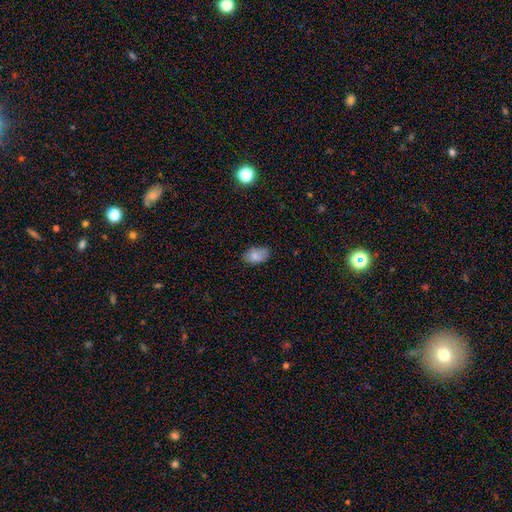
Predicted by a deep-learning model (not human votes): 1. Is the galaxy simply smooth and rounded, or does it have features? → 82% smooth, 9% star or artifact, 9% featured or disk.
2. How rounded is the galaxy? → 91% in between, 8% round, 2% cigar-shaped.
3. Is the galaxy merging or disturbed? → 70% none, 24% minor disturbance, 5% major disturbance, 2% merger.